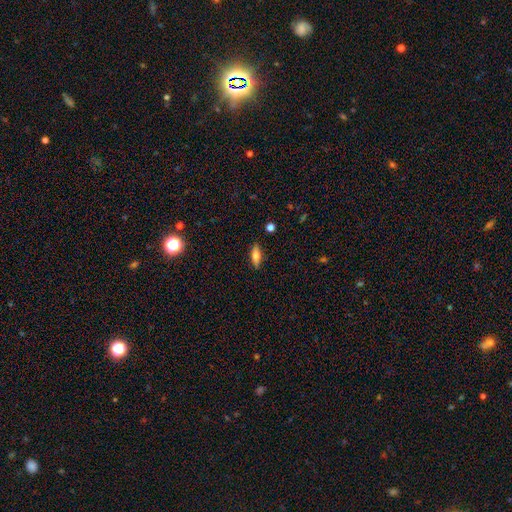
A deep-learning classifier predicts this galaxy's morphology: A smooth galaxy with no disk features (64%) that is in between round and cigar-shaped (65%). Merging: none (87%).